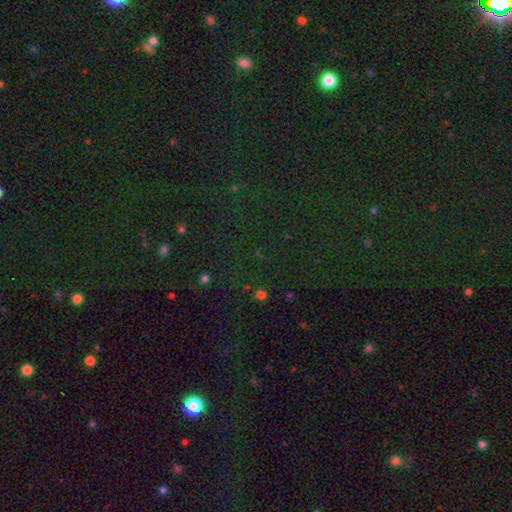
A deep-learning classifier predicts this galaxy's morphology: smooth-or-featured: star or artifact: 75% | smooth: 17% | featured or disk: 8%